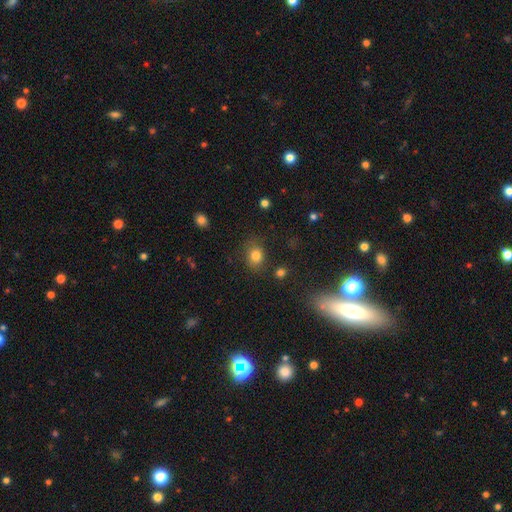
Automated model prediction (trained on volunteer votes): A smooth galaxy with no disk features (81%) that is round (57%). Merging: none (75%).